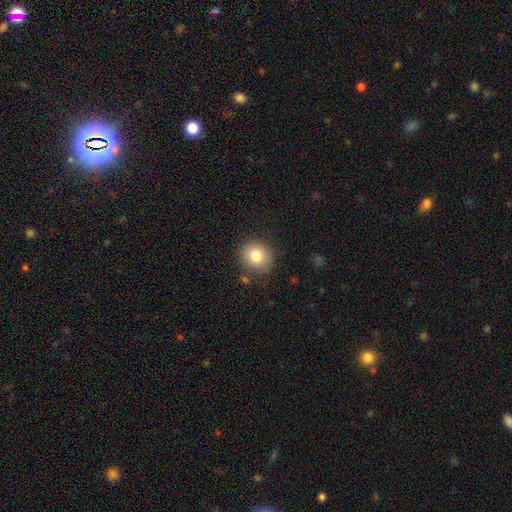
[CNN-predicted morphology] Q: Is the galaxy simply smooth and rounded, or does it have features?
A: smooth — 81%.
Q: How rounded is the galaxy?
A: round — 83%.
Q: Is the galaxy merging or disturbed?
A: none — 85%.